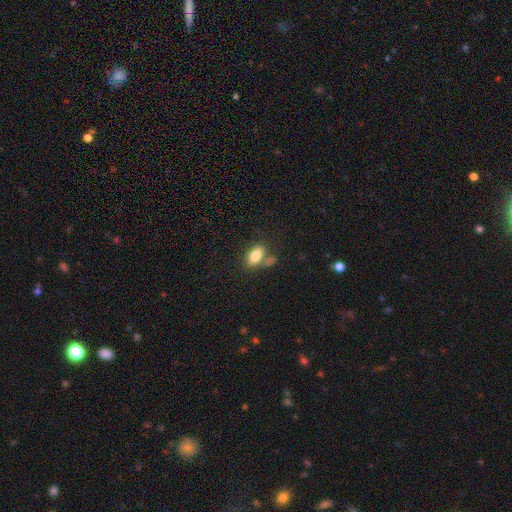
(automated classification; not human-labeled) Smooth or featured? Predicted: smooth (p=0.82). How rounded? Predicted: in between (p=0.89). Merging? Predicted: none (p=0.58).